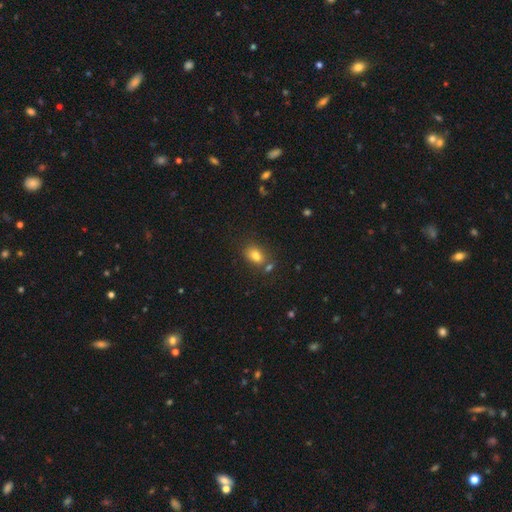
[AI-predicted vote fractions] Smooth or featured: smooth — 81% (star or artifact — 11%)
How rounded: in between — 79% (round — 20%)
Merging: none — 61% (merger — 20%)